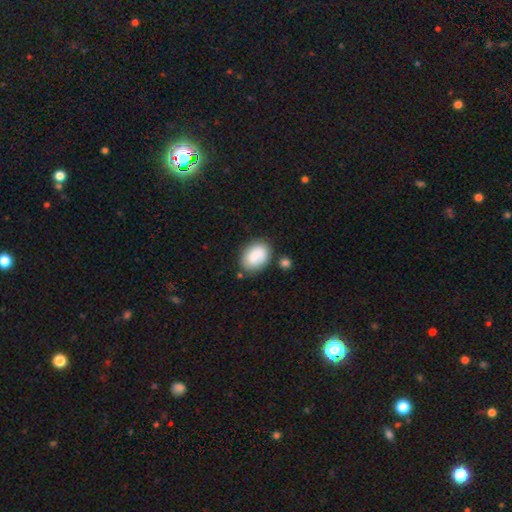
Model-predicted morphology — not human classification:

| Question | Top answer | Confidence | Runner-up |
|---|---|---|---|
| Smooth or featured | smooth | 77% | featured or disk (16%) |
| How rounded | in between | 78% | round (21%) |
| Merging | none | 69% | minor disturbance (18%) |